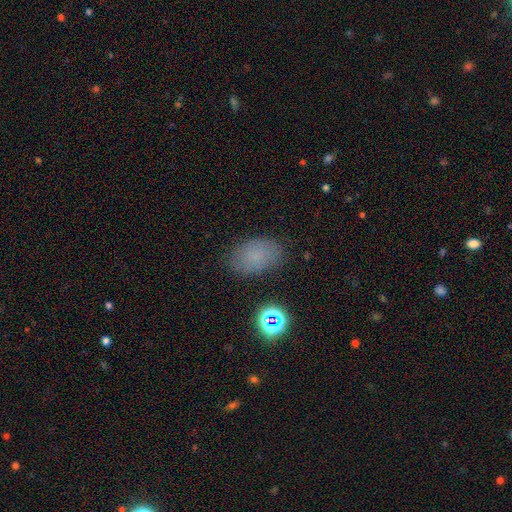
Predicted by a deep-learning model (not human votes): Morphology: type=smooth (69%); roundness=in between (83%); merging=none (80%).